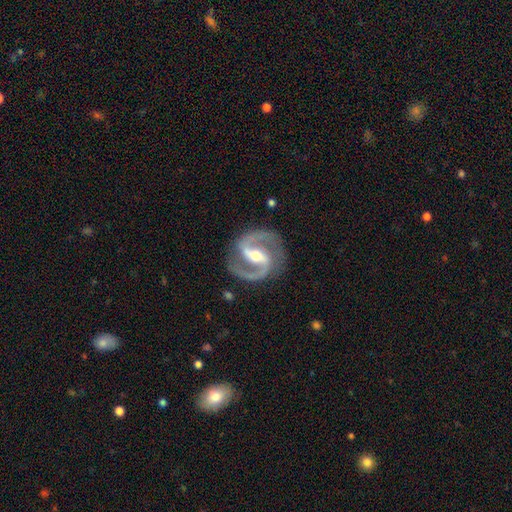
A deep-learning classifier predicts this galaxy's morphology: smooth_or_featured: featured or disk (p=0.94) [alt: star or artifact p=0.04]
disk_edge_on: no (p=0.98) [alt: yes p=0.02]
bar: strong (p=0.57) [alt: weak p=0.31]
has_spiral_arms: yes (p=0.98) [alt: no p=0.02]
spiral_winding: medium (p=0.63) [alt: tight p=0.25]
spiral_arm_count: 2 (p=0.95) [alt: can't tell p=0.01]
bulge_size: moderate (p=0.62) [alt: small p=0.30]
merging: none (p=0.86) [alt: minor disturbance p=0.09]